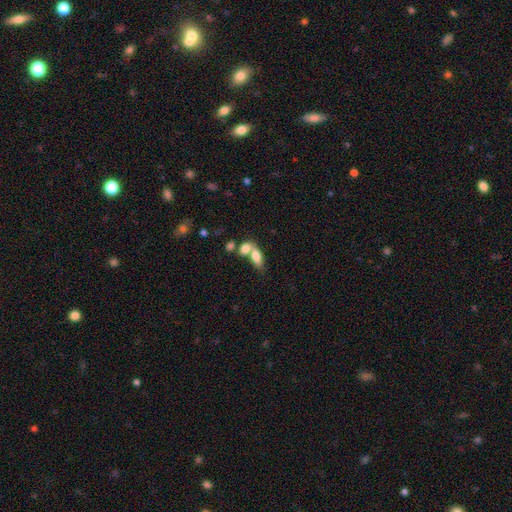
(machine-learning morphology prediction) type=smooth (77%); roundness=in between (85%); merging=merger (64%).